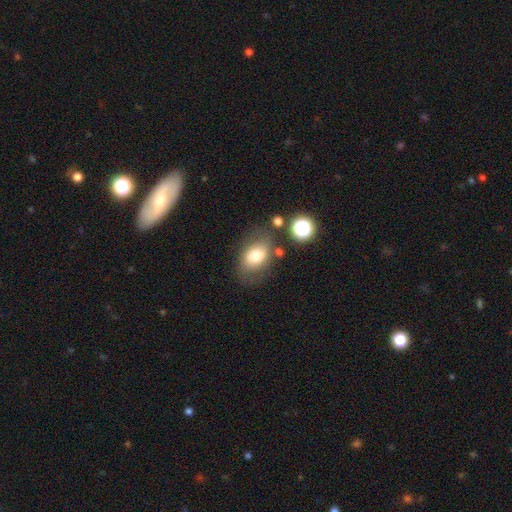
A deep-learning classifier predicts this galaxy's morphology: Overall: smooth (71%). How rounded: in between (82%). Merging: none (64%).